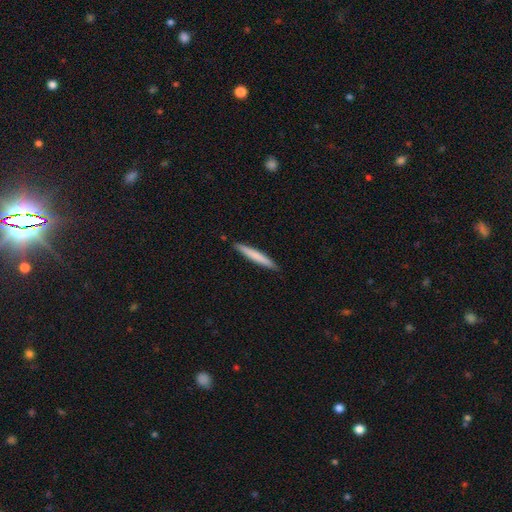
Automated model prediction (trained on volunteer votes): Q: Smooth or featured?
A: smooth (71%); runner-up: featured or disk (23%)
Q: How rounded?
A: cigar-shaped (96%); runner-up: in between (3%)
Q: Merging?
A: none (90%); runner-up: minor disturbance (7%)